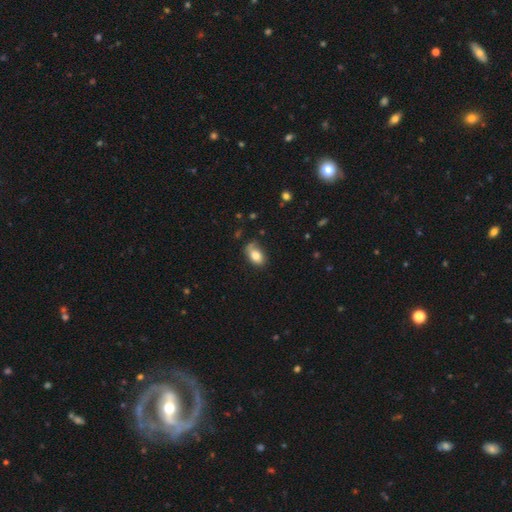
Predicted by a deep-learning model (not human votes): A smooth galaxy with no disk features (79%) that is in between round and cigar-shaped (89%). Merging: none (60%).